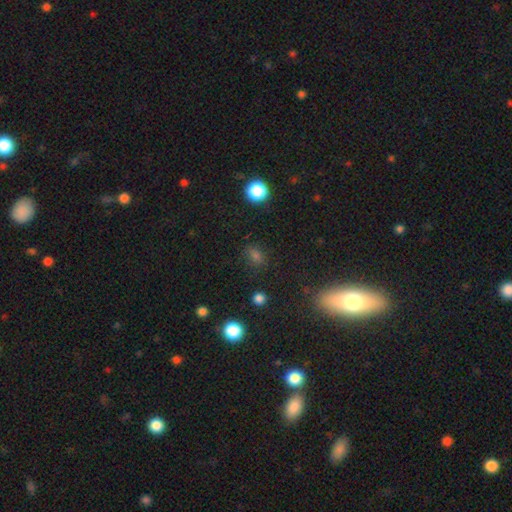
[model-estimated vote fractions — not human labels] Morphology: type=smooth (65%); roundness=in between (50%); merging=none (80%).